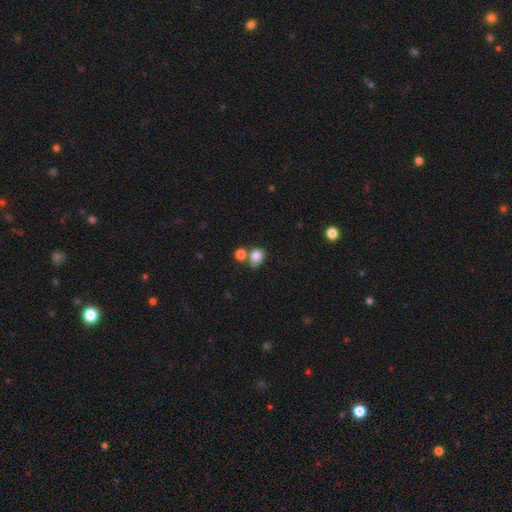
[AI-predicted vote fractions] A smooth galaxy with no disk features (81%) that is round (60%).

Vote fractions:
- Smooth or featured? smooth: 81% / star or artifact: 10% / featured or disk: 9%
- How rounded? round: 60% / in between: 39% / cigar-shaped: 1%
- Merging? none: 47% / merger: 34% / minor disturbance: 14% / major disturbance: 5%